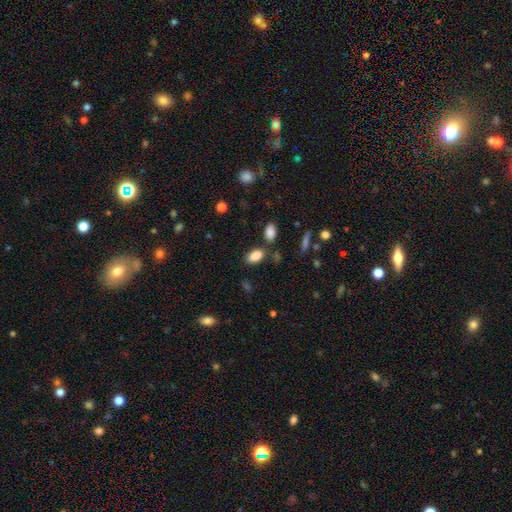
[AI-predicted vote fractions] smooth 86%, star or artifact 8%, featured or disk 6%. Down the decision tree: how rounded — in between (92%); merging — none (77%).